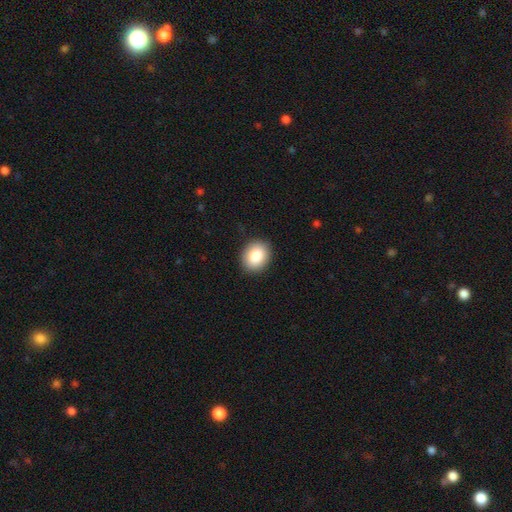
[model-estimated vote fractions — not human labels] Smooth or featured? smooth (85%)
How rounded? in between (50%)
Merging? none (90%)